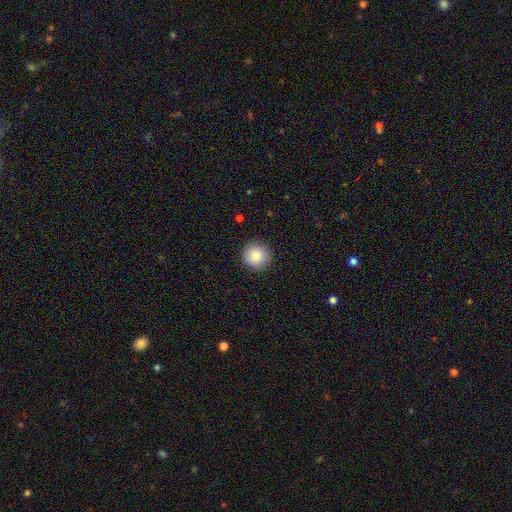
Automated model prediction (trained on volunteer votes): A smooth galaxy with no disk features (84%) that is round (95%). Merging: none (90%).